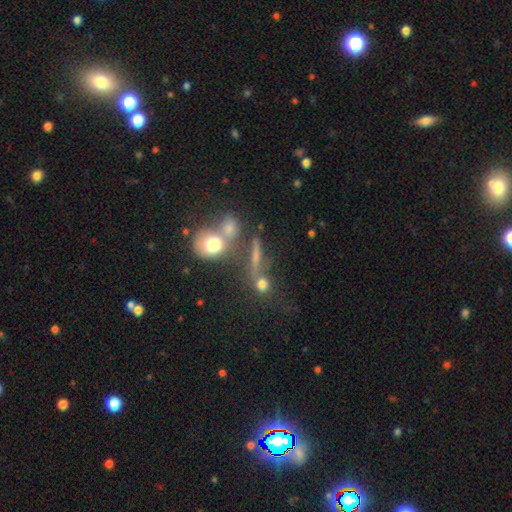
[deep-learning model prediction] A smooth galaxy with no disk features (52%) that is cigar-shaped (41%). Merging: none (49%).